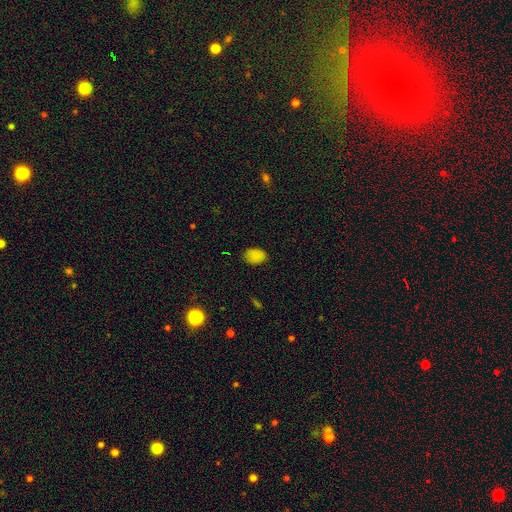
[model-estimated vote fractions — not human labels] Smooth or featured: smooth — 84% (star or artifact — 12%)
How rounded: in between — 80% (round — 19%)
Merging: none — 83% (minor disturbance — 13%)